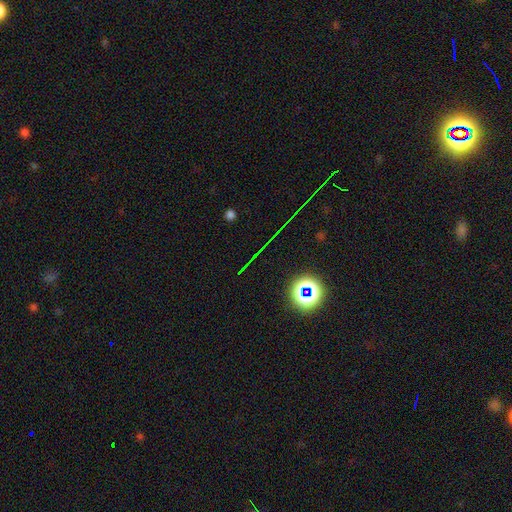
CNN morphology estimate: star or artifact 78%, smooth 12%, featured or disk 10%.